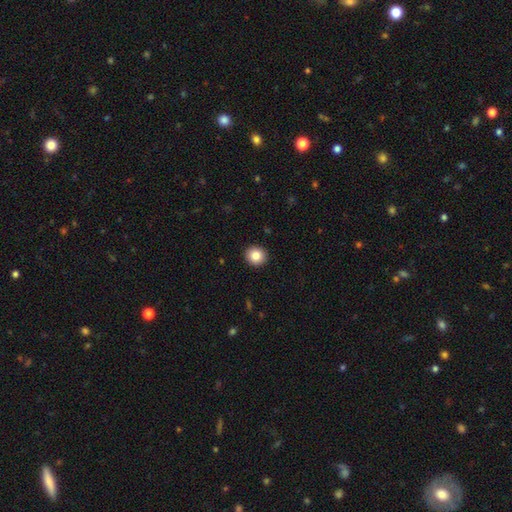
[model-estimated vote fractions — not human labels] smooth_or_featured: smooth (p=0.84) [alt: star or artifact p=0.09]
how_rounded: round (p=0.88) [alt: in between p=0.11]
merging: none (p=0.93) [alt: minor disturbance p=0.05]